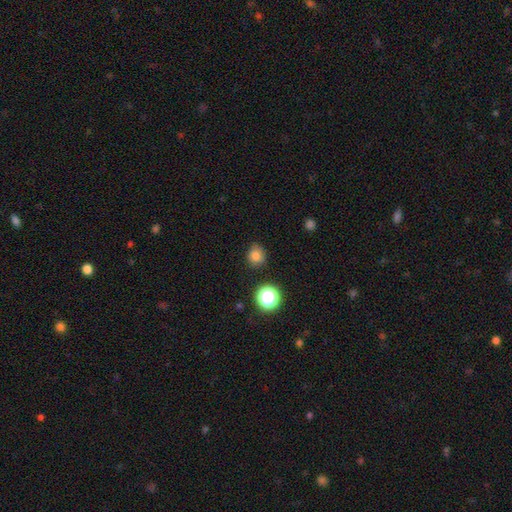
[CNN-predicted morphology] smooth-or-featured: smooth: 80% | star or artifact: 15% | featured or disk: 6%
  how-rounded: round: 81% | in between: 18% | cigar-shaped: 1%
  merging: none: 80% | minor disturbance: 14% | major disturbance: 3% | merger: 2%